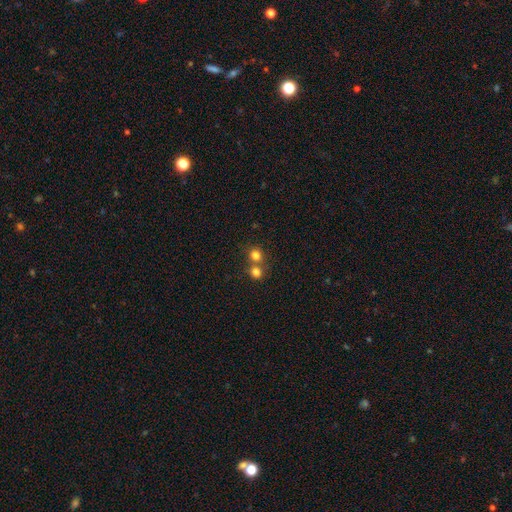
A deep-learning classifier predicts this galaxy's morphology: The model was most divided on "merging": none: 51%, merger: 41%, minor disturbance: 5%, major disturbance: 2%. More confident: how rounded — round (86%); smooth or featured — smooth (79%).